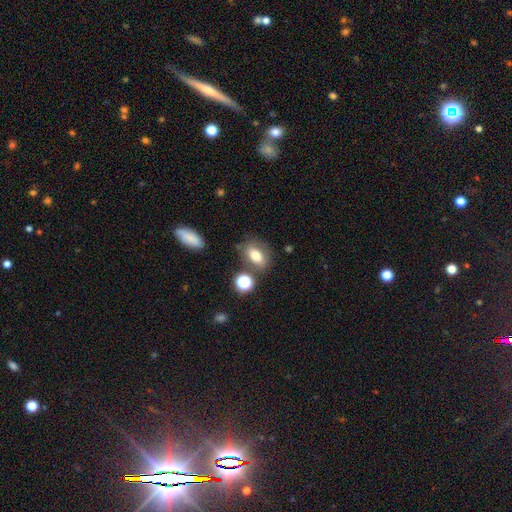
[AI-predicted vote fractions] smooth-or-featured: smooth: 72% | featured or disk: 17% | star or artifact: 12%
  how-rounded: in between: 77% | round: 20% | cigar-shaped: 3%
  merging: none: 70% | minor disturbance: 15% | merger: 9% | major disturbance: 6%